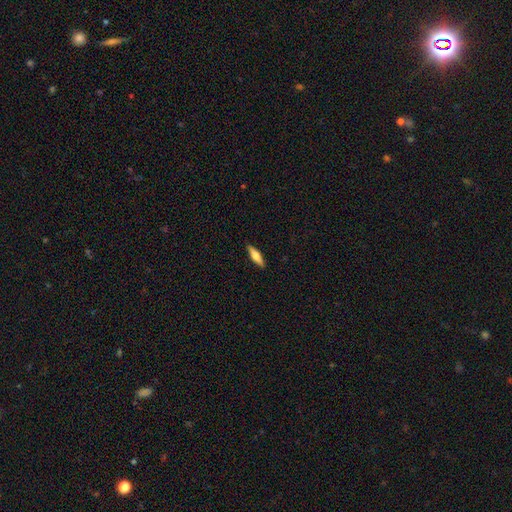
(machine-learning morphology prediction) Smooth or featured? smooth (52%)
How rounded? cigar-shaped (70%)
Merging? none (90%)